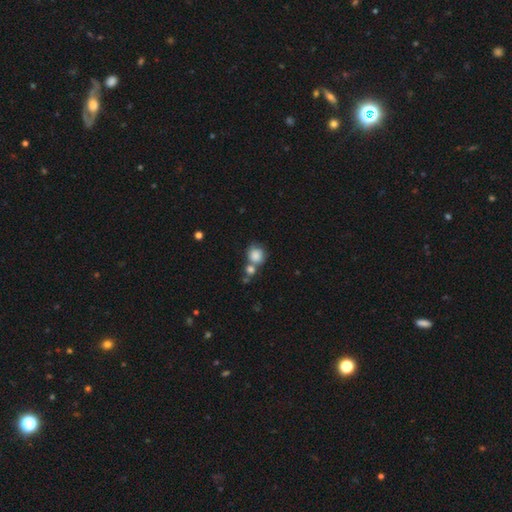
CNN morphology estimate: smooth-or-featured: smooth: 83% | star or artifact: 9% | featured or disk: 7%
  how-rounded: round: 83% | in between: 16% | cigar-shaped: 1%
  merging: none: 45% | merger: 37% | minor disturbance: 12% | major disturbance: 5%